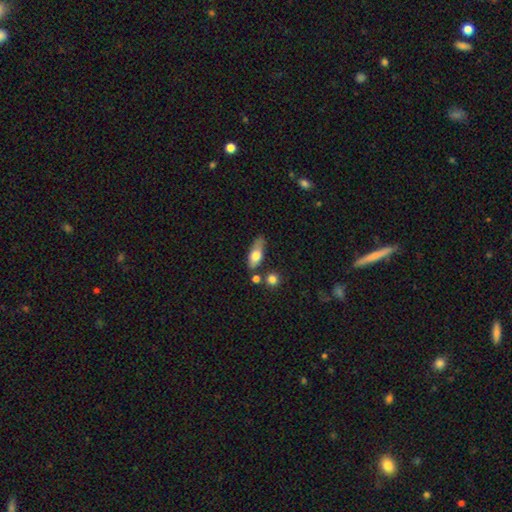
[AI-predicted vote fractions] A smooth galaxy with no disk features (68%) that is in between round and cigar-shaped (69%).

Vote fractions:
- Smooth or featured? smooth: 68% / featured or disk: 25% / star or artifact: 7%
- How rounded? in between: 69% / cigar-shaped: 26% / round: 5%
- Merging? none: 59% / minor disturbance: 23% / merger: 11% / major disturbance: 7%